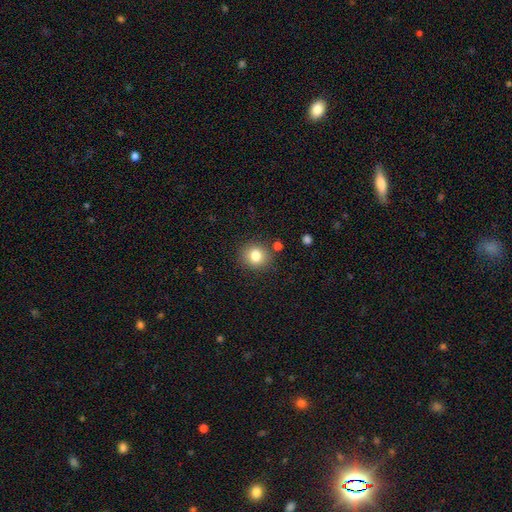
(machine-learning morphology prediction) smooth-or-featured: smooth: 81% | star or artifact: 11% | featured or disk: 8%
  how-rounded: round: 81% | in between: 18% | cigar-shaped: 1%
  merging: none: 84% | minor disturbance: 9% | merger: 4% | major disturbance: 3%